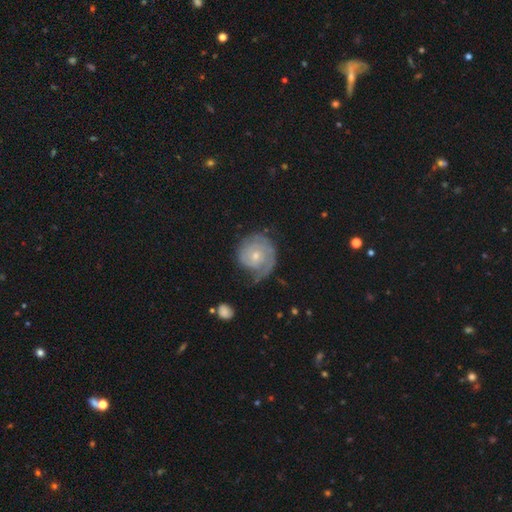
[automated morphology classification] Overall: featured or disk (71%). Edge-on disk: no (98%). Bar: no (75%). Spiral arms: yes (87%). Spiral arm count: can't tell (33%; 2 28%). Spiral winding: tight (65%). Bulge size: small (61%; moderate 35%). Merging: none (52%; minor disturbance 27%).